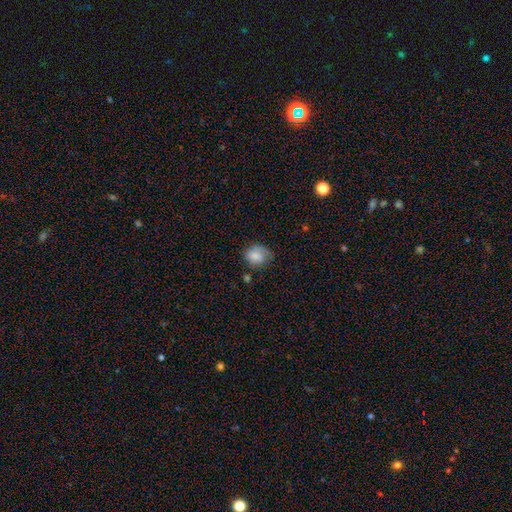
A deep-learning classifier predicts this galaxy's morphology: Q: Smooth or featured?
A: smooth (79%); runner-up: featured or disk (13%)
Q: How rounded?
A: round (58%); runner-up: in between (41%)
Q: Merging?
A: none (57%); runner-up: minor disturbance (29%)